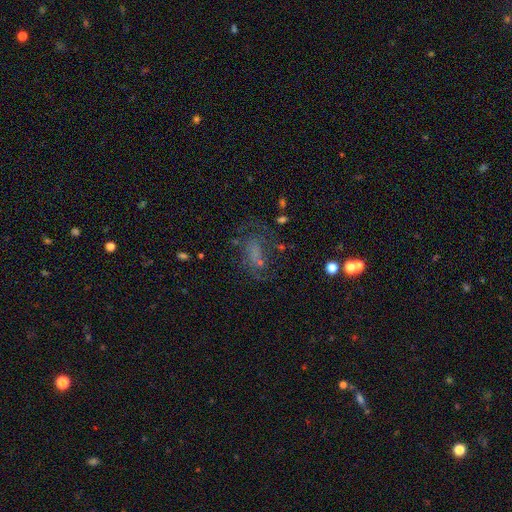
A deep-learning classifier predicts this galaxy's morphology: Smooth or featured?
  - featured or disk: 35% *
  - smooth: 33%
  - star or artifact: 32%
Merging?
  - none: 49% *
  - major disturbance: 26%
  - minor disturbance: 20%
  - merger: 5%